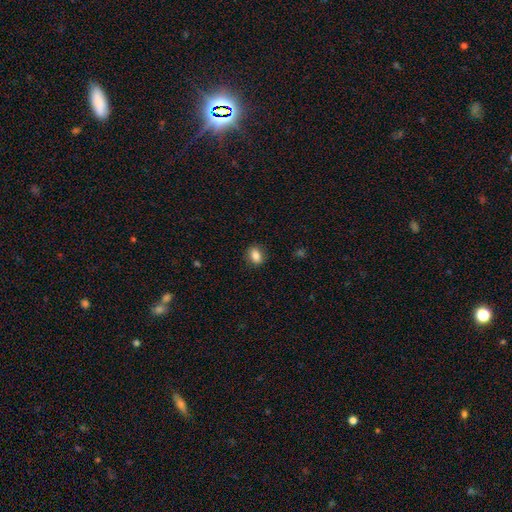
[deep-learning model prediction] Smooth or featured: smooth — 85% (star or artifact — 9%)
How rounded: in between — 71% (round — 27%)
Merging: none — 86% (minor disturbance — 10%)